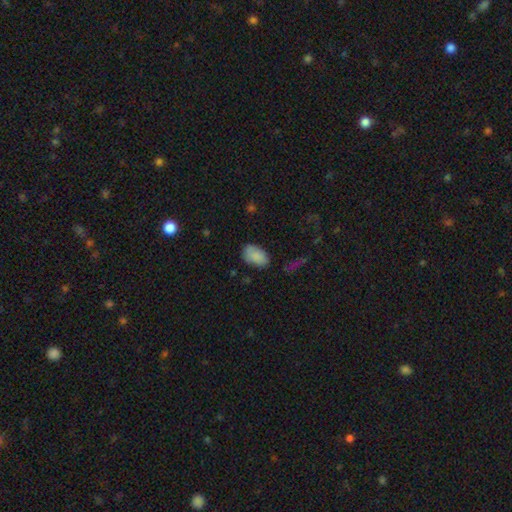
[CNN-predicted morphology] smooth 86%, star or artifact 8%, featured or disk 6%. Down the decision tree: how rounded — in between (92%); merging — none (73%).